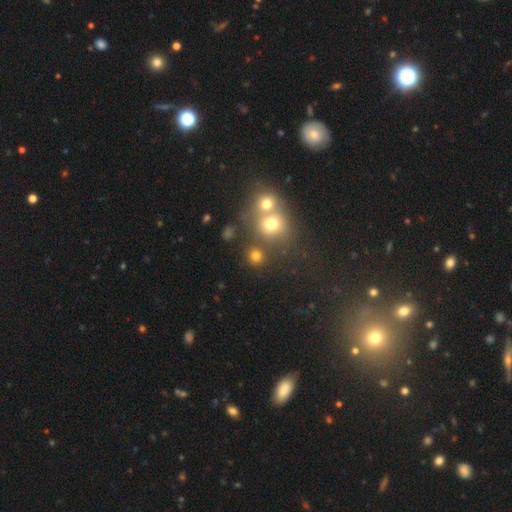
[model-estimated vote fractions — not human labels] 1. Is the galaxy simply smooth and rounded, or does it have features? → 74% smooth, 17% star or artifact, 9% featured or disk.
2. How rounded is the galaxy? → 87% round, 12% in between, 1% cigar-shaped.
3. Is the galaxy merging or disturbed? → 64% none, 26% merger, 7% minor disturbance, 4% major disturbance.